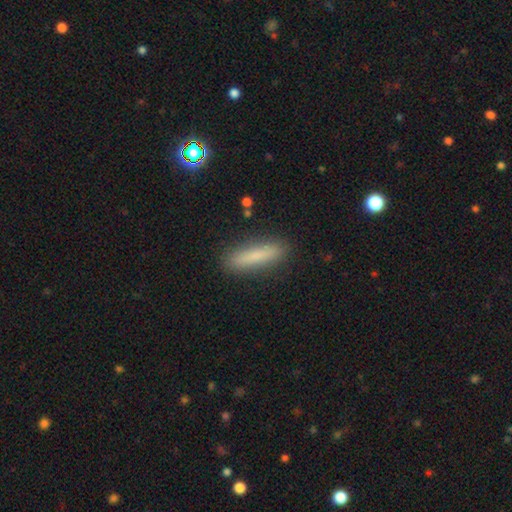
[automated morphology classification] Smooth or featured? Predicted: smooth (p=0.78). How rounded? Predicted: cigar-shaped (p=0.81). Merging? Predicted: none (p=0.88).